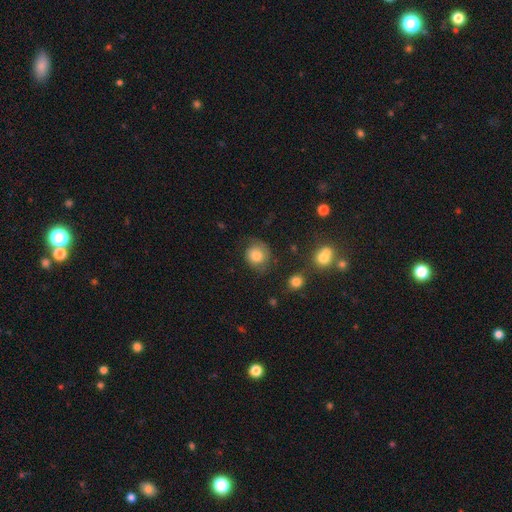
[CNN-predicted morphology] Smooth or featured: smooth — 77% (featured or disk — 13%)
How rounded: round — 84% (in between — 16%)
Merging: none — 65% (minor disturbance — 22%)